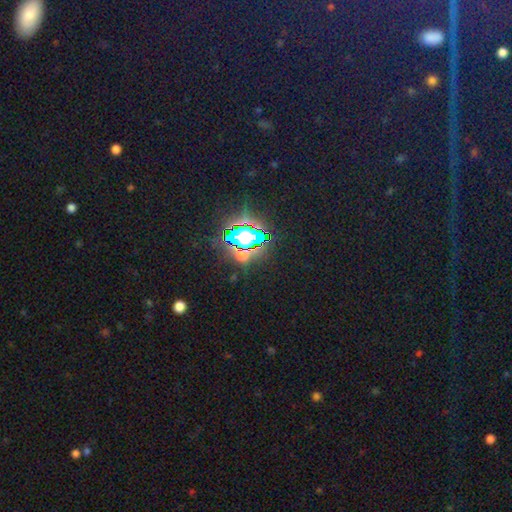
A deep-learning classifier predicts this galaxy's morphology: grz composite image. It shows a star or artifact, not a galaxy (79%).